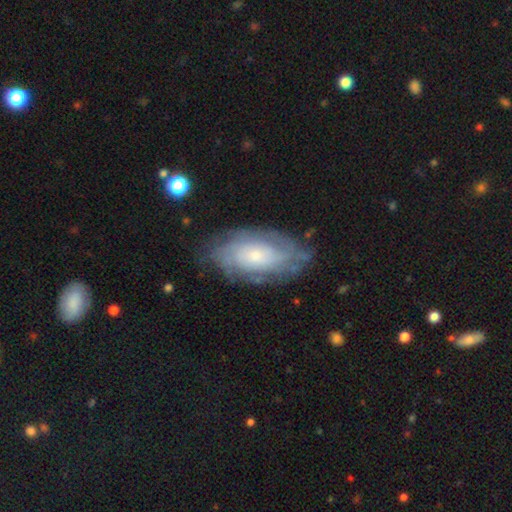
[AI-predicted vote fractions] Morphology: type=featured or disk (71%); edge-on=no (94%); bar=no (79%); spiral arms=yes (85%); winding=tight (68%); arm count=can't tell (58%); bulge=small (70%); merging=none (73%).